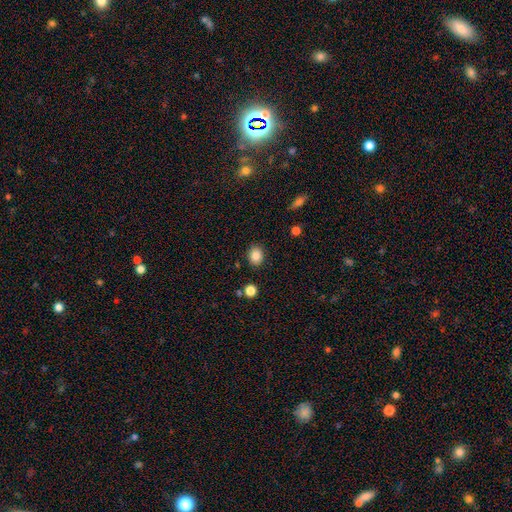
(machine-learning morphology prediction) smooth_or_featured: smooth (p=0.85) [alt: star or artifact p=0.10]
how_rounded: round (p=0.51) [alt: in between p=0.48]
merging: none (p=0.87) [alt: minor disturbance p=0.09]